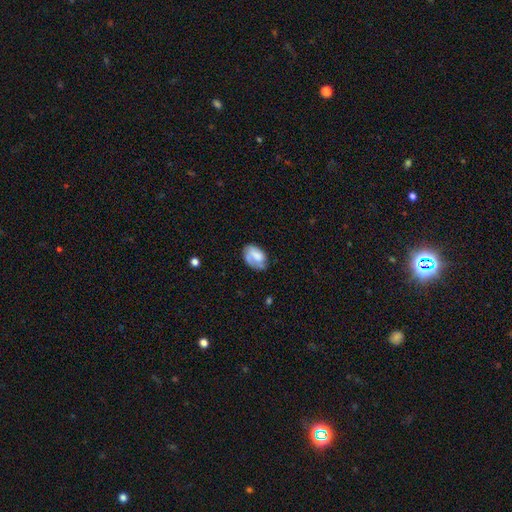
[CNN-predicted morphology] Smooth or featured?
  - smooth: 57% *
  - featured or disk: 35%
  - star or artifact: 8%
How rounded?
  - in between: 85% *
  - round: 14%
  - cigar-shaped: 1%
Merging?
  - none: 53% *
  - minor disturbance: 28%
  - major disturbance: 15%
  - merger: 3%